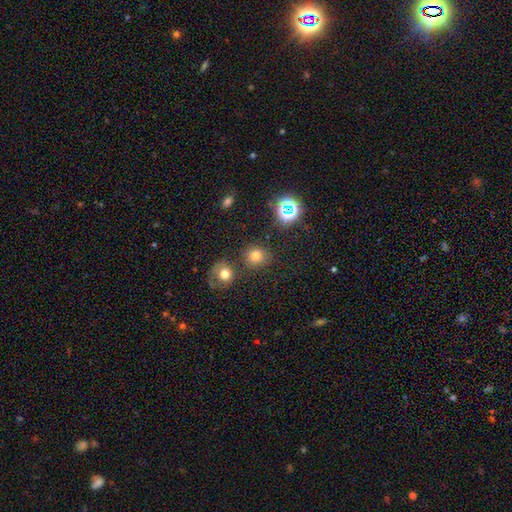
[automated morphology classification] A smooth galaxy with no disk features (73%) that is round (85%).

Vote fractions:
- Smooth or featured? smooth: 73% / star or artifact: 20% / featured or disk: 7%
- How rounded? round: 85% / in between: 14% / cigar-shaped: 1%
- Merging? none: 79% / minor disturbance: 9% / merger: 8% / major disturbance: 4%